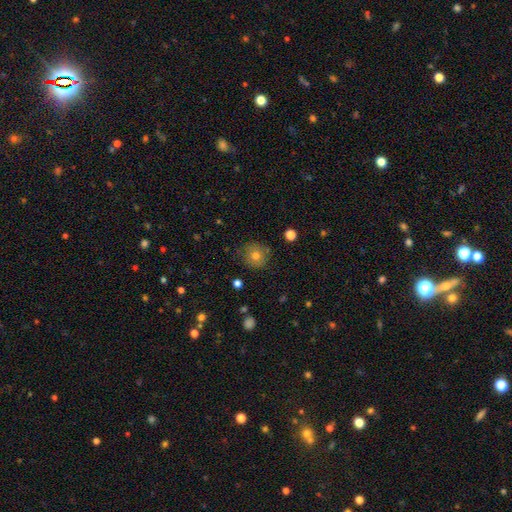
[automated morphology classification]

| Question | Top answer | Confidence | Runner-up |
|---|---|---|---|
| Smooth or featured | smooth | 75% | star or artifact (12%) |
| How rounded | round | 91% | in between (8%) |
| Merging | none | 81% | minor disturbance (13%) |